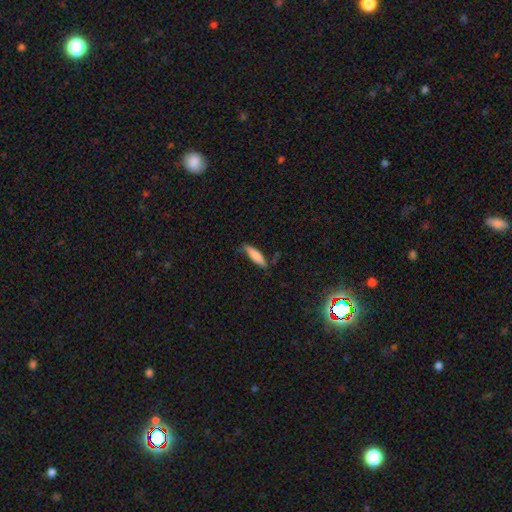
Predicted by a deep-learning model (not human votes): Q: Smooth or featured?
A: smooth (80%); runner-up: featured or disk (14%)
Q: How rounded?
A: cigar-shaped (69%); runner-up: in between (29%)
Q: Merging?
A: none (74%); runner-up: minor disturbance (20%)